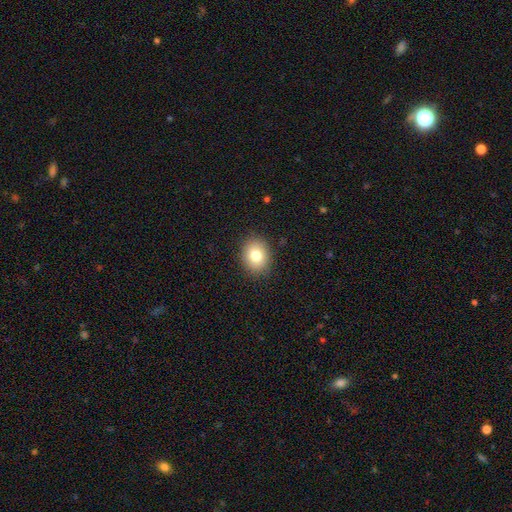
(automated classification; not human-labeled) Smooth or featured? Predicted: smooth (p=0.79). How rounded? Predicted: round (p=0.58). Merging? Predicted: none (p=0.88).